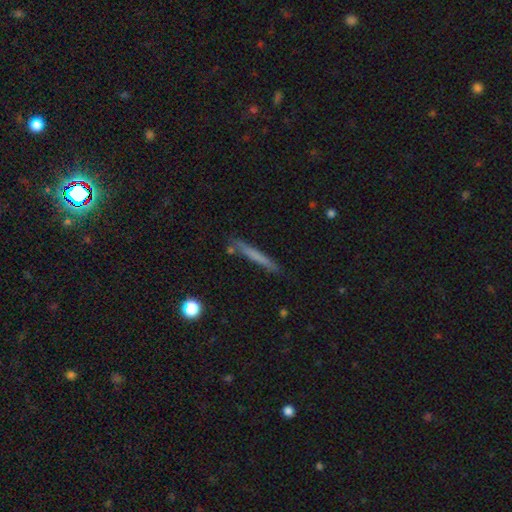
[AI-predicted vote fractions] The model was most divided on "smooth or featured": smooth: 63%, featured or disk: 29%, star or artifact: 7%. More confident: how rounded — cigar-shaped (96%); merging — none (83%).